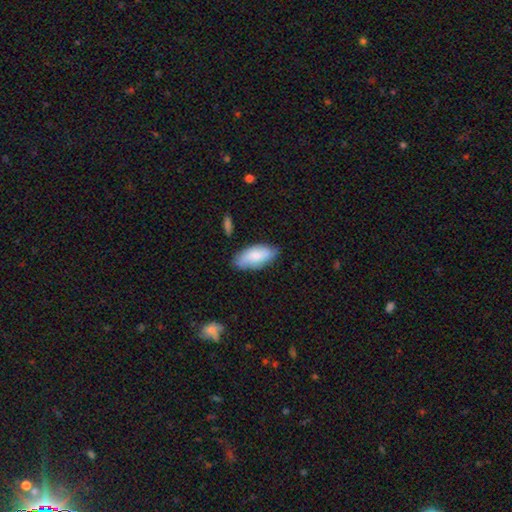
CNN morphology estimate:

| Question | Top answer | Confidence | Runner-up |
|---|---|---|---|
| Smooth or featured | smooth | 73% | featured or disk (20%) |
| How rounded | in between | 92% | cigar-shaped (6%) |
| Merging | none | 73% | minor disturbance (21%) |